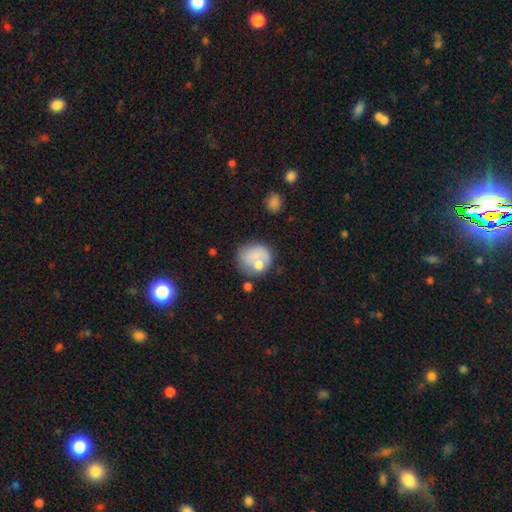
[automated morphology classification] Smooth or featured? smooth (67%)
How rounded? round (77%)
Merging? none (51%)